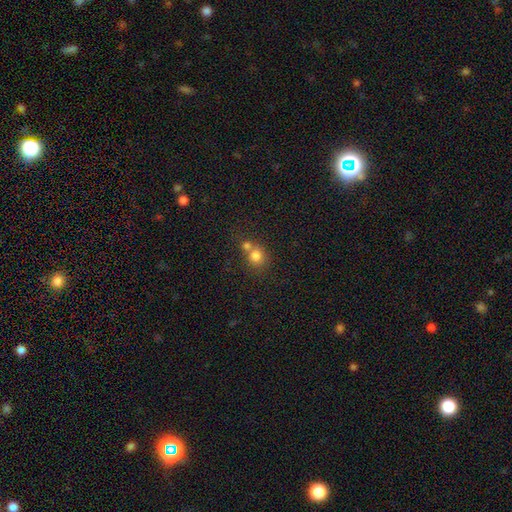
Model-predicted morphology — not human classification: Overall: smooth (78%). How rounded: round (84%). Merging: merger (47%; none 42%).